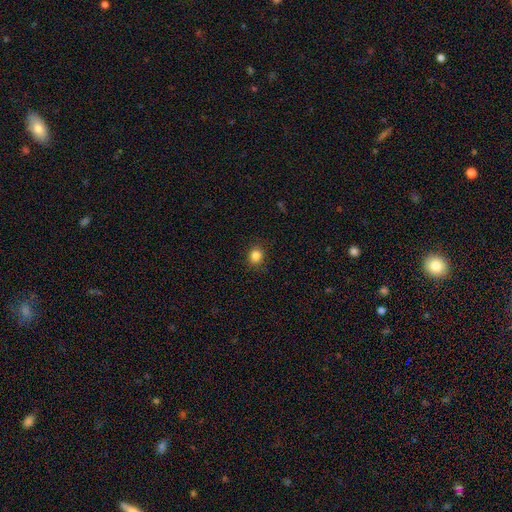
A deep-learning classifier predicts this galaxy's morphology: type=smooth (84%); roundness=round (79%); merging=none (89%).